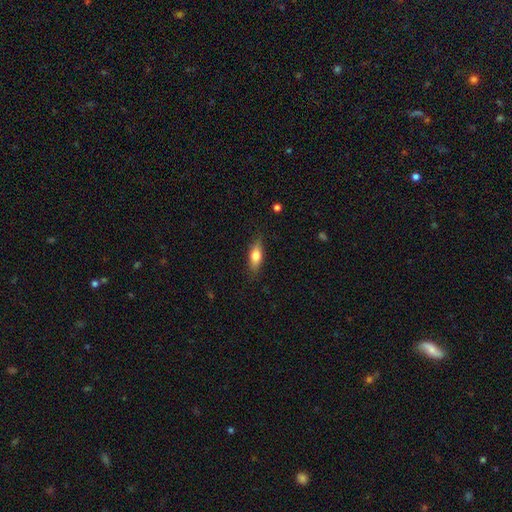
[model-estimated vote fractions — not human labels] Overall: smooth (73%). How rounded: in between (68%). Merging: none (80%).